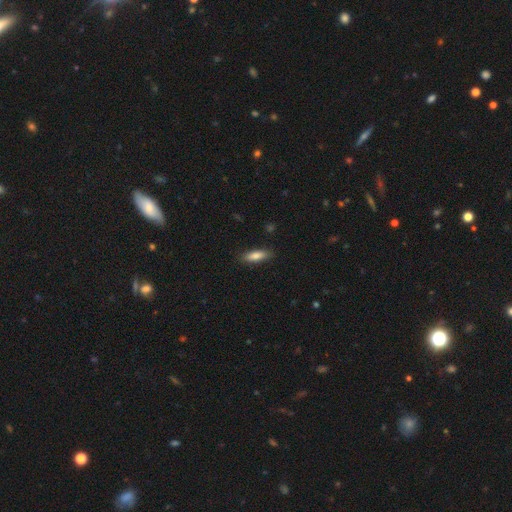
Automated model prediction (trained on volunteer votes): A smooth galaxy with no disk features (81%) that is in between round and cigar-shaped (50%).

Vote fractions:
- Smooth or featured? smooth: 81% / featured or disk: 12% / star or artifact: 7%
- How rounded? in between: 50% / cigar-shaped: 48% / round: 2%
- Merging? none: 86% / minor disturbance: 10% / major disturbance: 2% / merger: 1%